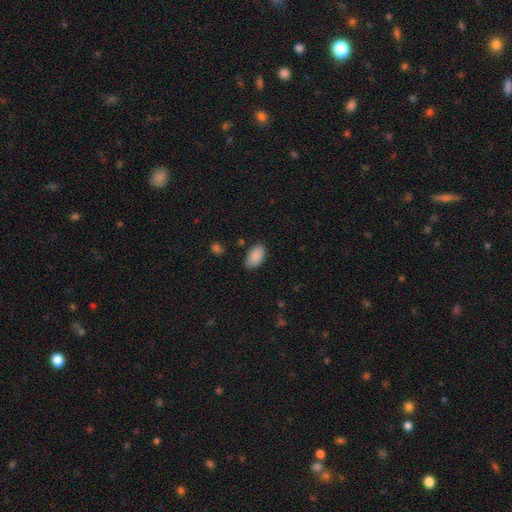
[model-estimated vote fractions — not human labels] Overall: smooth (89%). How rounded: in between (94%). Merging: none (82%).